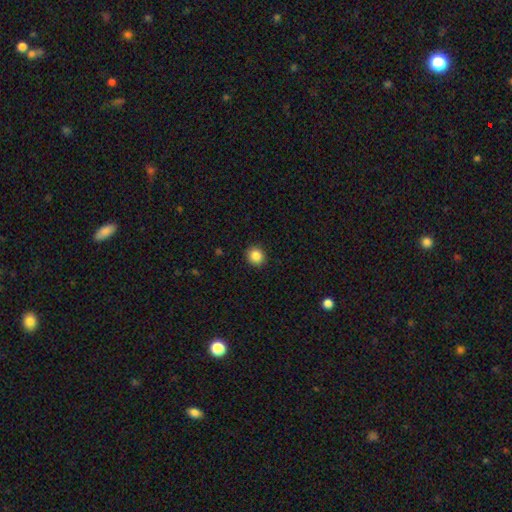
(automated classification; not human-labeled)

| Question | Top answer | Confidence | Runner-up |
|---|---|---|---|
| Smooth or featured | smooth | 86% | star or artifact (10%) |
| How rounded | round | 88% | in between (11%) |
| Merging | none | 92% | minor disturbance (6%) |